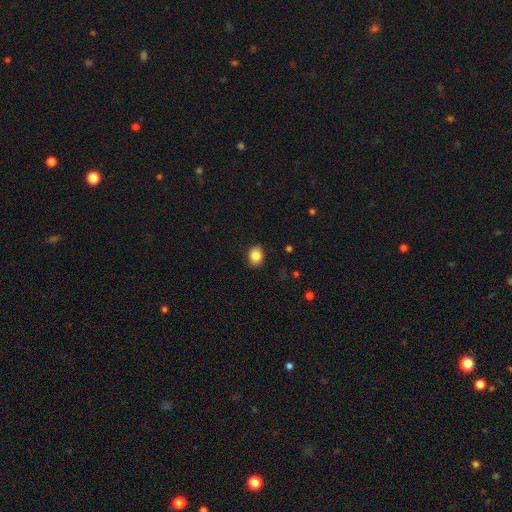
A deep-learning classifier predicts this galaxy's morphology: Smooth or featured: smooth — 86% (star or artifact — 9%)
How rounded: in between — 51% (round — 48%)
Merging: none — 87% (minor disturbance — 10%)